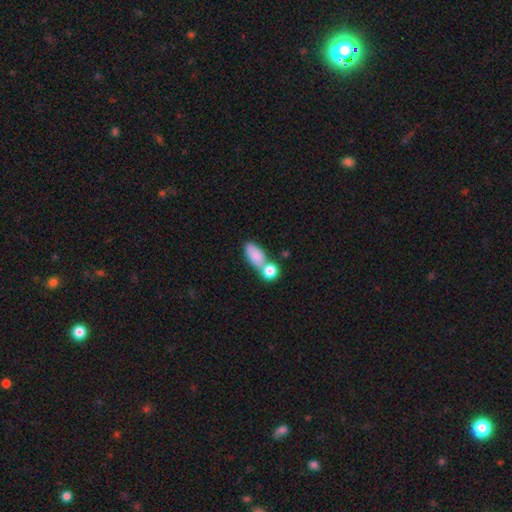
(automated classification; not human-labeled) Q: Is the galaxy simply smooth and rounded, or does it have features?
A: smooth — 82%.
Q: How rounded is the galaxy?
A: in between — 80%.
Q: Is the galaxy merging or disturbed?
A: merger — 43%.